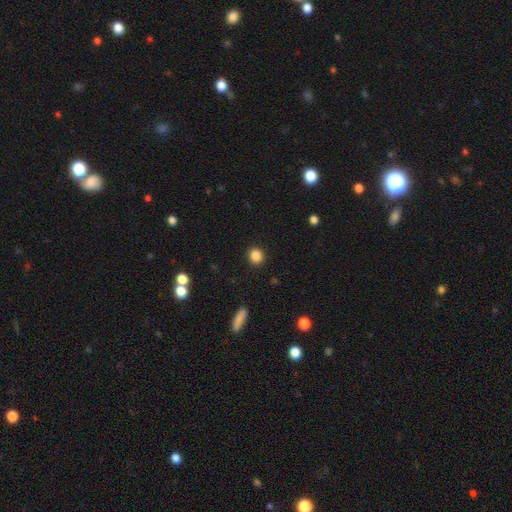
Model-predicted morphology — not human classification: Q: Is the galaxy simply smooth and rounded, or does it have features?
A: smooth — 86%.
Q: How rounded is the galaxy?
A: round — 78%.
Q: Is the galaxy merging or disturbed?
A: none — 91%.